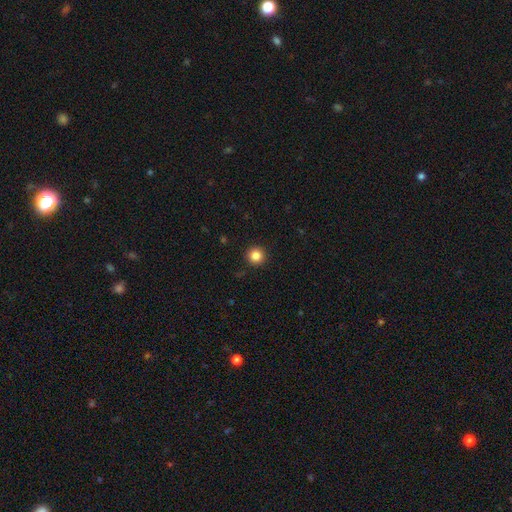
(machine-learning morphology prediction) type=smooth (85%); roundness=round (96%); merging=none (92%).